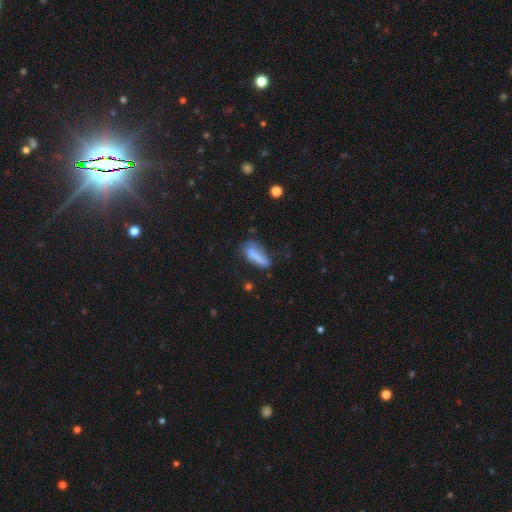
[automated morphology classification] type=smooth (66%); roundness=in between (49%); merging=none (37%).